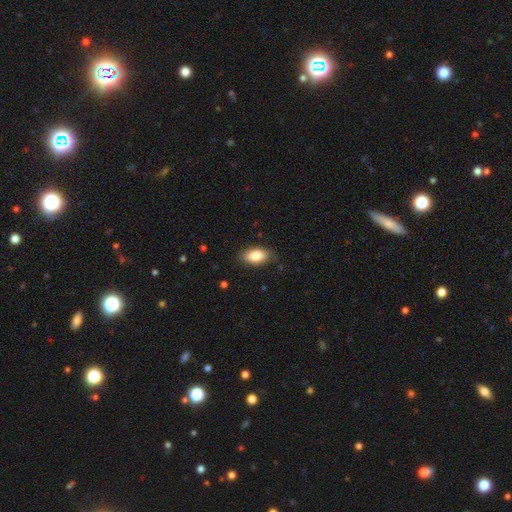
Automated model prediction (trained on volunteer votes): A smooth galaxy with no disk features (86%) that is in between round and cigar-shaped (92%).

Vote fractions:
- Smooth or featured? smooth: 86% / featured or disk: 7% / star or artifact: 7%
- How rounded? in between: 92% / round: 4% / cigar-shaped: 3%
- Merging? none: 83% / minor disturbance: 13% / major disturbance: 3% / merger: 1%